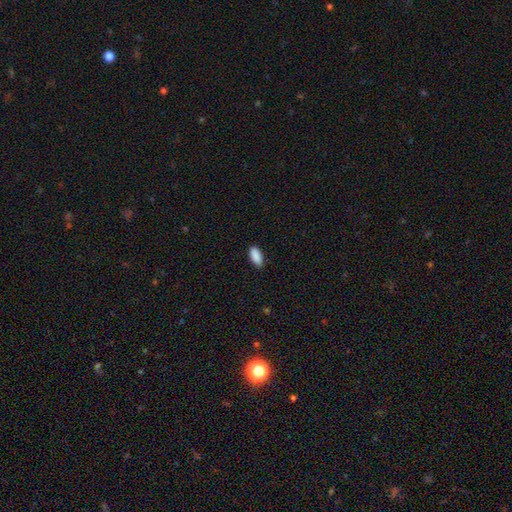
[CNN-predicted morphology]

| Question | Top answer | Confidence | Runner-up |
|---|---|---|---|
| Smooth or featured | smooth | 90% | star or artifact (7%) |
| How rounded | in between | 87% | cigar-shaped (11%) |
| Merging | none | 84% | minor disturbance (13%) |